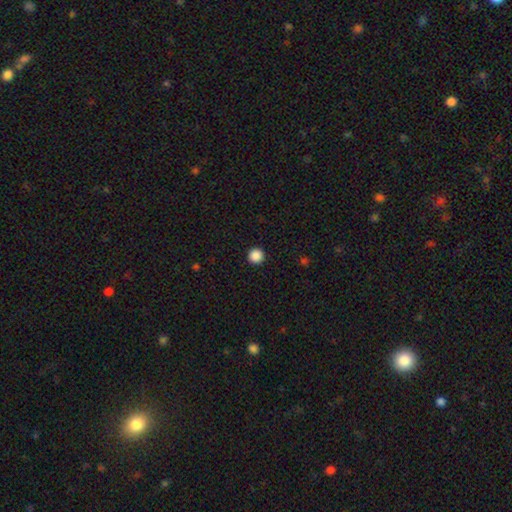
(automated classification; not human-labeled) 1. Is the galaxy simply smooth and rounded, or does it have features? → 88% smooth, 10% star or artifact, 2% featured or disk.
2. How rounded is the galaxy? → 96% round, 3% in between, 1% cigar-shaped.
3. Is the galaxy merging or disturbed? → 94% none, 4% minor disturbance, 1% major disturbance, 1% merger.